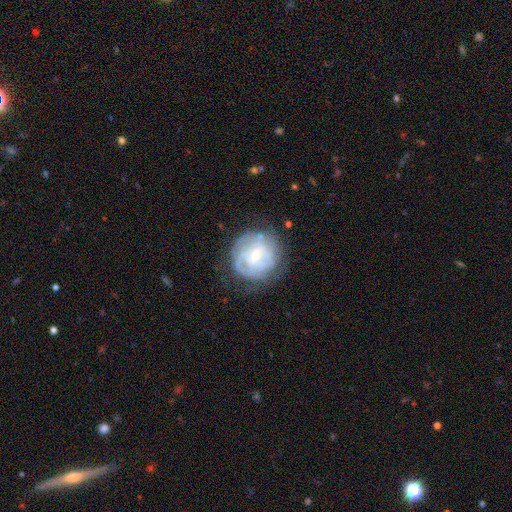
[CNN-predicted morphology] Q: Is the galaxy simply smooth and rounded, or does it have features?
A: featured or disk — 72%.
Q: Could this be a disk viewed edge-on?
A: no — 98%.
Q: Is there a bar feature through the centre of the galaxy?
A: no — 49%.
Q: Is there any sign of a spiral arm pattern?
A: yes — 81%.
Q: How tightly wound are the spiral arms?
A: tight — 61%.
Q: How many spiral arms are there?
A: can't tell — 50%.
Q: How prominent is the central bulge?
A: small — 67%.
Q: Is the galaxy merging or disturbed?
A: none — 69%.